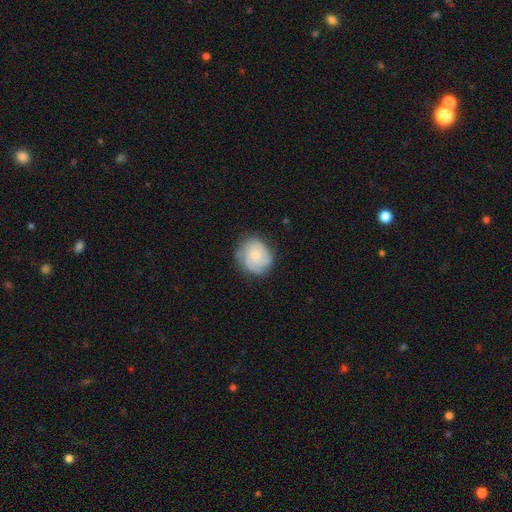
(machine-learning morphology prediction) Smooth or featured? Predicted: featured or disk (p=0.49). Merging? Predicted: none (p=0.69).